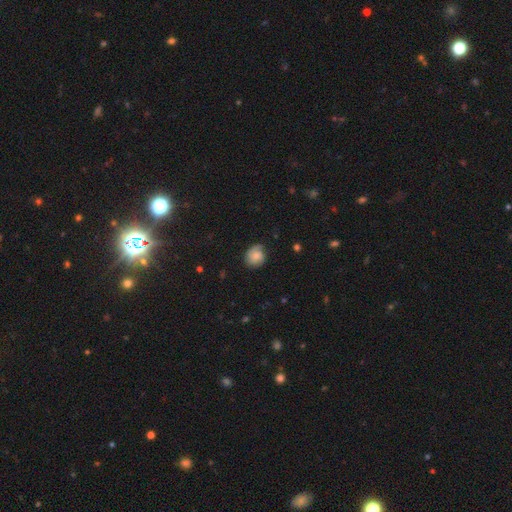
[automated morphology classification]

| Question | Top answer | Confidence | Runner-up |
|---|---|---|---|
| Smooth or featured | smooth | 56% | featured or disk (35%) |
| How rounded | round | 72% | in between (27%) |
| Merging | none | 66% | minor disturbance (26%) |